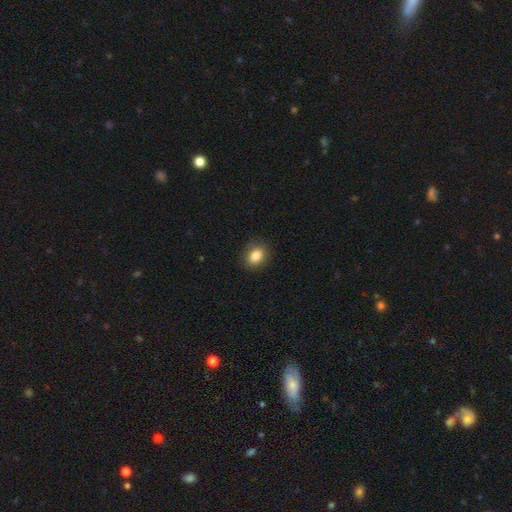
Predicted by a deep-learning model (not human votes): Smooth or featured? smooth (84%)
How rounded? in between (58%)
Merging? none (87%)